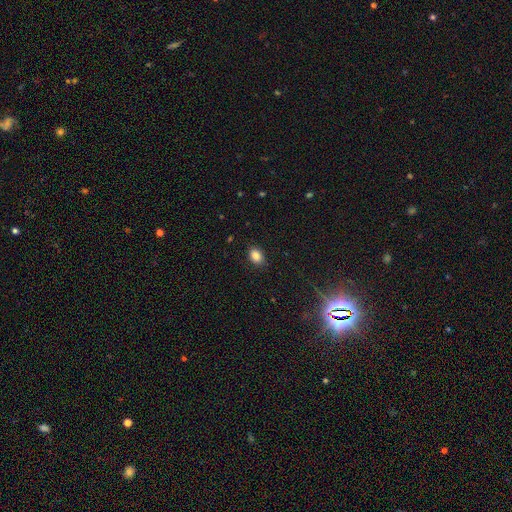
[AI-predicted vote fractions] smooth 85%, star or artifact 10%, featured or disk 5%. Down the decision tree: how rounded — in between (72%); merging — none (87%).